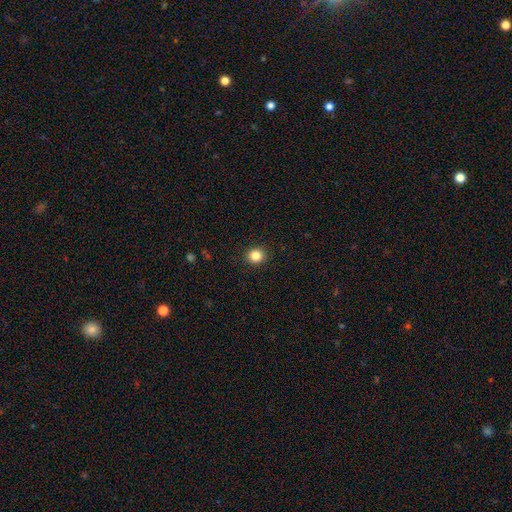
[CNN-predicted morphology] Smooth or featured? smooth (84%)
How rounded? round (85%)
Merging? none (92%)